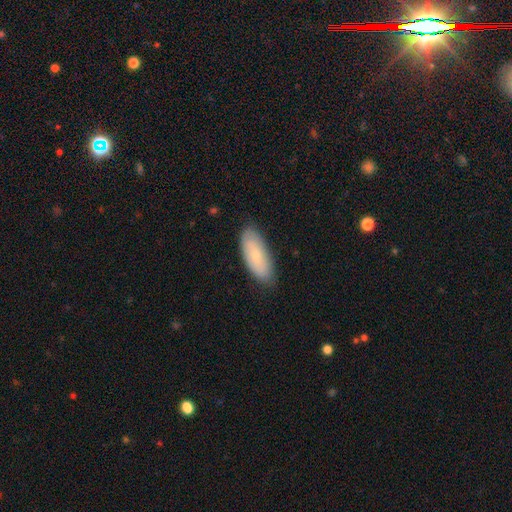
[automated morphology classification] type=smooth (72%); roundness=in between (80%); merging=none (82%).